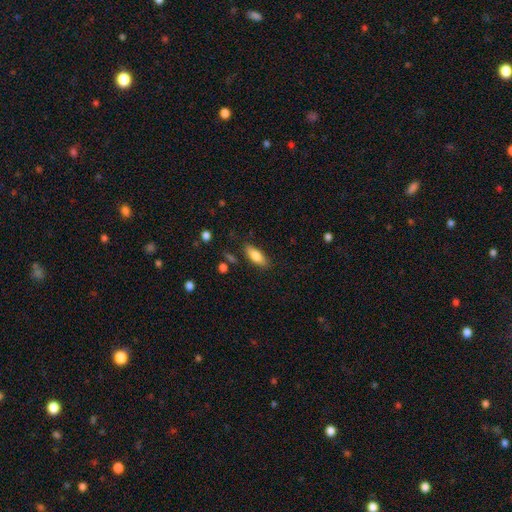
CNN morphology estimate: This is likely a smooth galaxy (78%). How rounded: likely in between (71%). Merging: clearly none (82%).